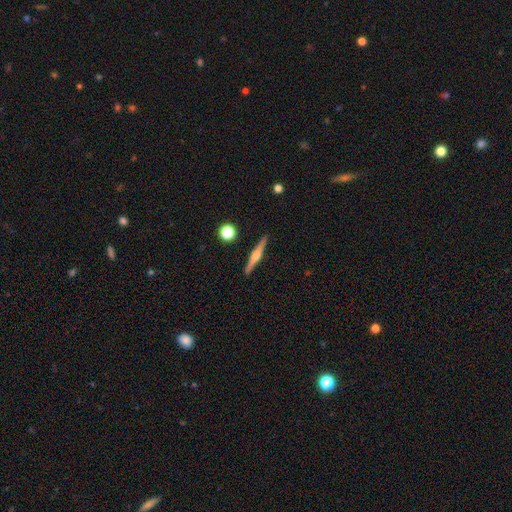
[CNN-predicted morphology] Smooth or featured?
  - featured or disk: 69% *
  - smooth: 25%
  - star or artifact: 6%
Edge-on disk?
  - yes: 98% *
  - no: 2%
Edge-on bulge?
  - rounded: 82% *
  - boxy: 11%
  - none: 8%
Merging?
  - none: 91% *
  - minor disturbance: 6%
  - merger: 1%
  - major disturbance: 1%